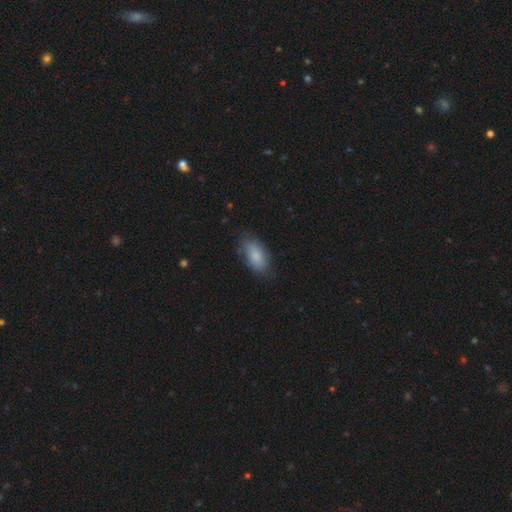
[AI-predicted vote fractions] Smooth or featured: smooth — 81% (featured or disk — 12%)
How rounded: in between — 92% (cigar-shaped — 5%)
Merging: none — 71% (minor disturbance — 22%)